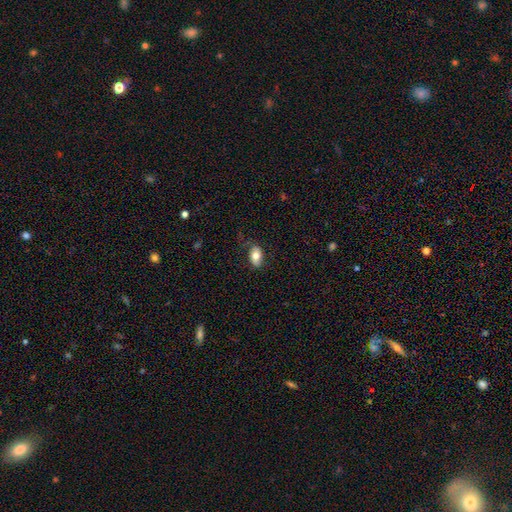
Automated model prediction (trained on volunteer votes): smooth 73%, featured or disk 19%, star or artifact 7%. Down the decision tree: how rounded — in between (90%); merging — none (74%).